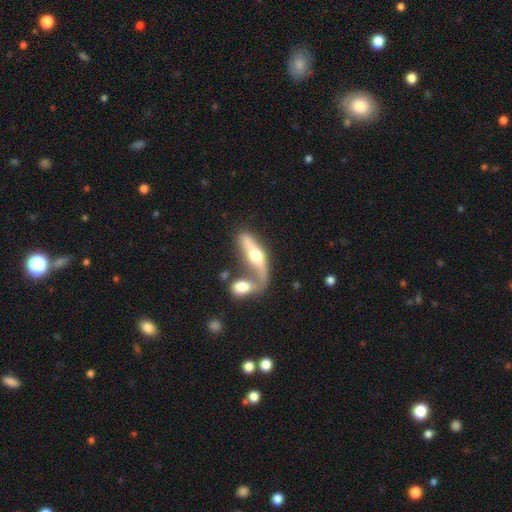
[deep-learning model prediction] This is possibly a featured or disk galaxy (54%). It is likely viewed edge-on (65%). Merging: likely merger (61%).